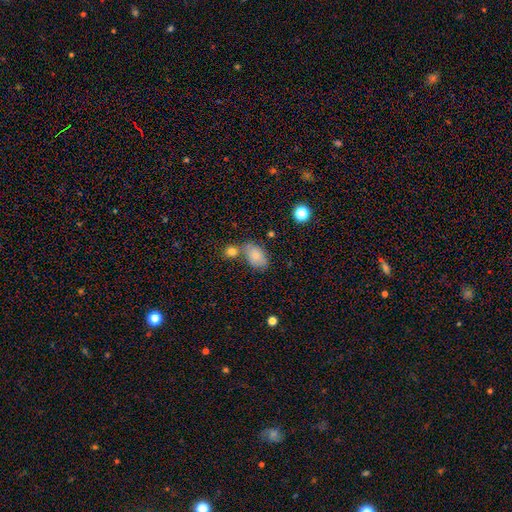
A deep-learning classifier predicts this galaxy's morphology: Smooth or featured? smooth (80%)
How rounded? in between (89%)
Merging? none (49%)